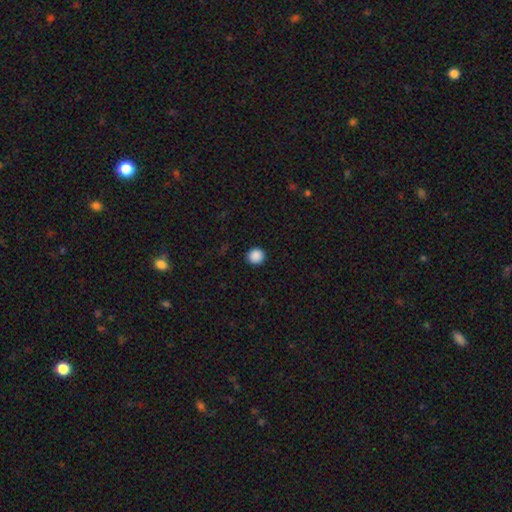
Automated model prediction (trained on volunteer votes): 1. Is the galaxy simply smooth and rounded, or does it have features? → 88% smooth, 9% star or artifact, 2% featured or disk.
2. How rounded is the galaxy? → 94% round, 5% in between, 1% cigar-shaped.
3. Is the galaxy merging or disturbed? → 92% none, 5% minor disturbance, 2% major disturbance, 1% merger.